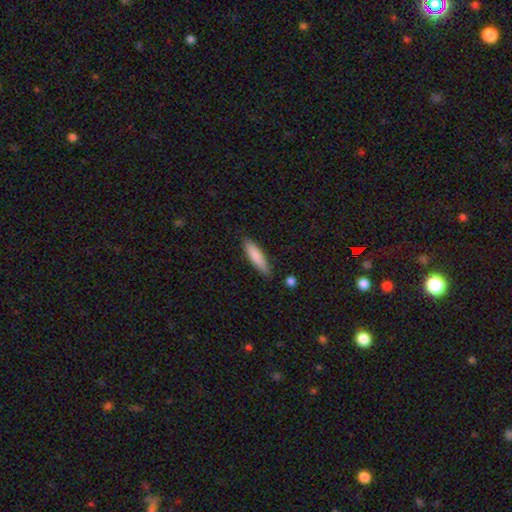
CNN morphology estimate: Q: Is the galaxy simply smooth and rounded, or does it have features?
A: smooth — 83%.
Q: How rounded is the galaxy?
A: cigar-shaped — 71%.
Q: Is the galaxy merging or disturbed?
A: none — 83%.